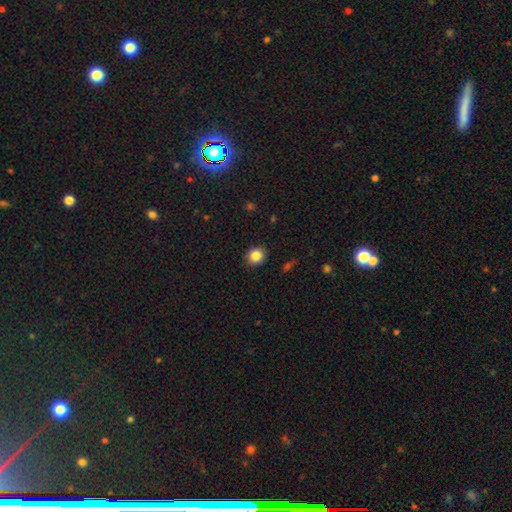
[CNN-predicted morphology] Smooth or featured? Predicted: smooth (p=0.85). How rounded? Predicted: round (p=0.81). Merging? Predicted: none (p=0.89).